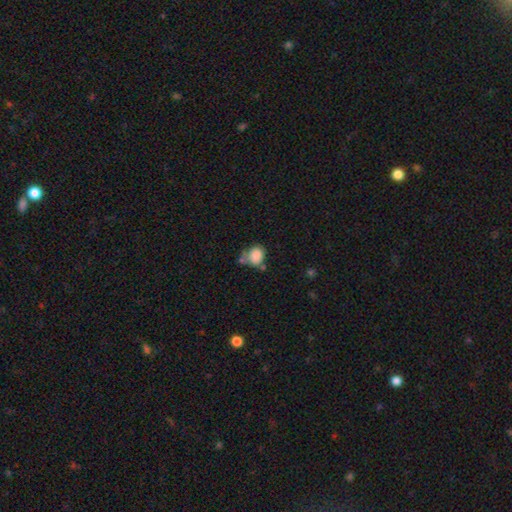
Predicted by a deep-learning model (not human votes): A smooth galaxy with no disk features (82%) that is round (58%). Merging: none (42%).